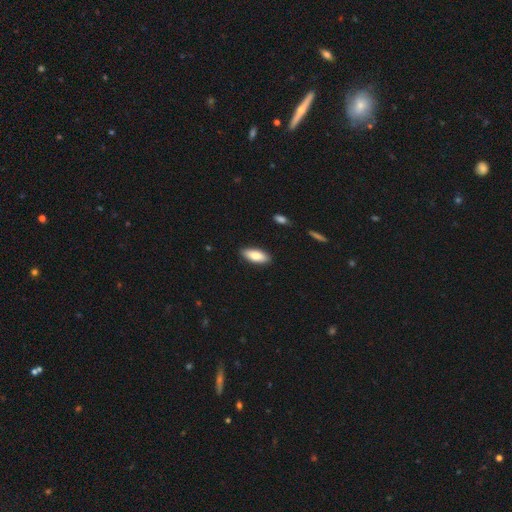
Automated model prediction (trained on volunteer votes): A smooth galaxy with no disk features (81%) that is in between round and cigar-shaped (78%). Merging: none (88%).